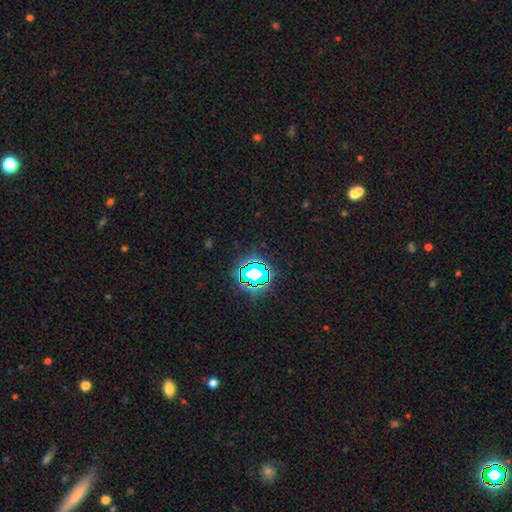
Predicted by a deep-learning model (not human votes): This appears to be a star or artifact, not a galaxy (81%).